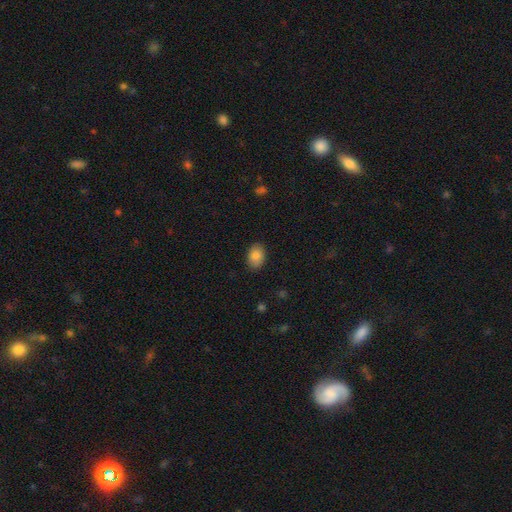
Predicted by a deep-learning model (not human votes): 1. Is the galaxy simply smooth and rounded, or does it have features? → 86% smooth, 8% star or artifact, 6% featured or disk.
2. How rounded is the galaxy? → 81% in between, 18% round, 1% cigar-shaped.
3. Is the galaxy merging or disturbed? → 87% none, 10% minor disturbance, 2% major disturbance, 1% merger.